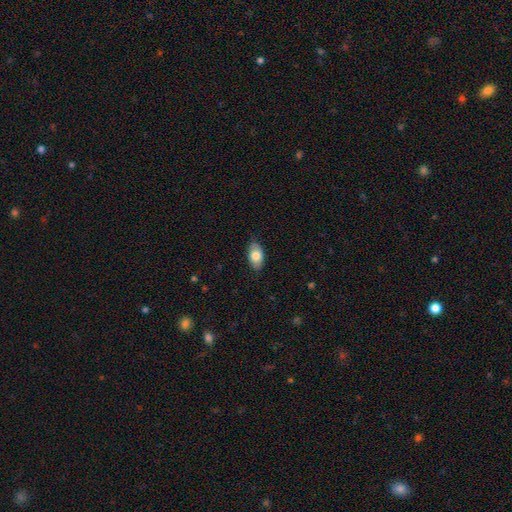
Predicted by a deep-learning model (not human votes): smooth 78%, featured or disk 15%, star or artifact 7%. Down the decision tree: how rounded — in between (92%); merging — none (84%).